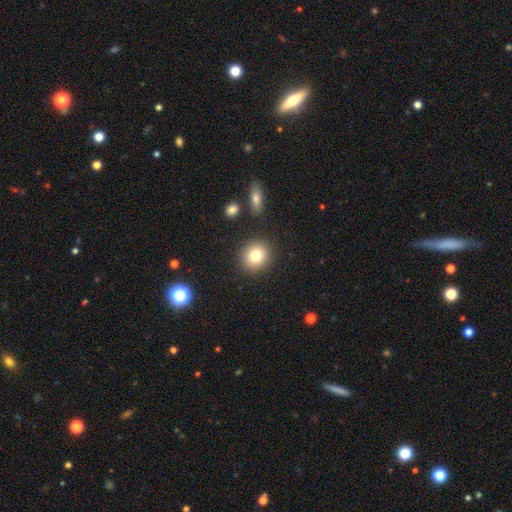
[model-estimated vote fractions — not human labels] smooth-or-featured: smooth: 79% | star or artifact: 11% | featured or disk: 10%
  how-rounded: round: 89% | in between: 10% | cigar-shaped: 1%
  merging: none: 88% | minor disturbance: 7% | merger: 3% | major disturbance: 2%